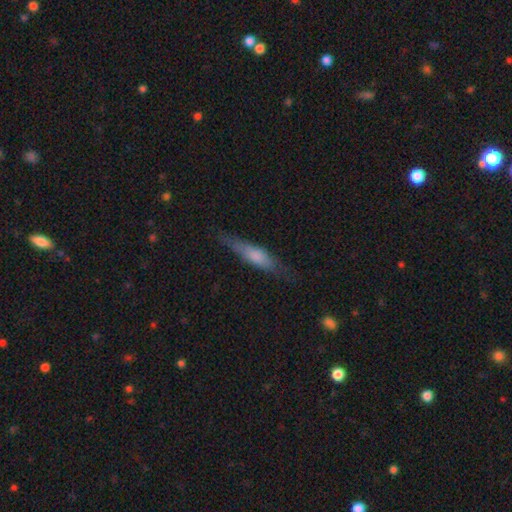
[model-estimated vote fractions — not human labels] Overall: smooth (57%; featured or disk 36%). How rounded: cigar-shaped (75%). Merging: none (73%).